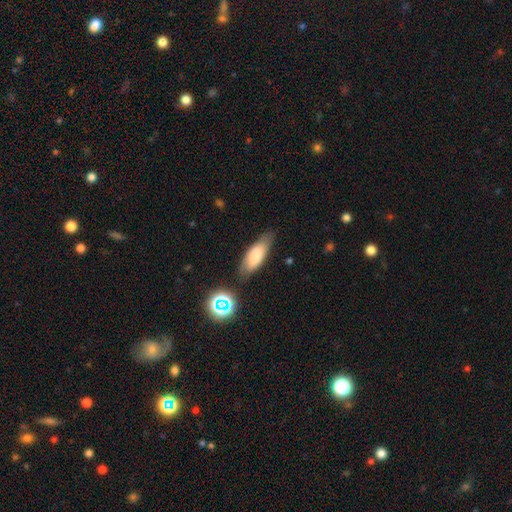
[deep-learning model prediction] smooth-or-featured: smooth: 75% | featured or disk: 16% | star or artifact: 9%
  how-rounded: in between: 72% | cigar-shaped: 26% | round: 2%
  merging: none: 68% | minor disturbance: 22% | major disturbance: 5% | merger: 4%